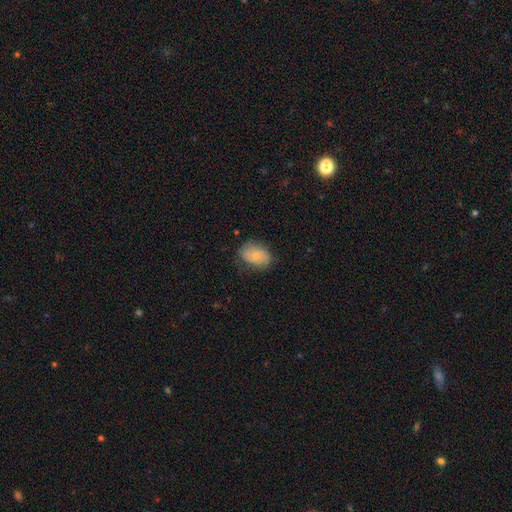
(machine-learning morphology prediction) smooth 69%, featured or disk 24%, star or artifact 7%. Down the decision tree: how rounded — in between (77%); merging — none (70%).